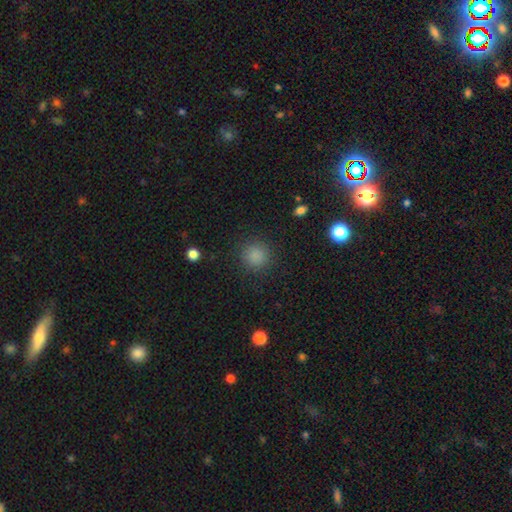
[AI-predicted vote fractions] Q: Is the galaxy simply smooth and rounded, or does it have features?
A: smooth — 85%.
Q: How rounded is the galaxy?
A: round — 93%.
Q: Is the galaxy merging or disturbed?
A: none — 89%.